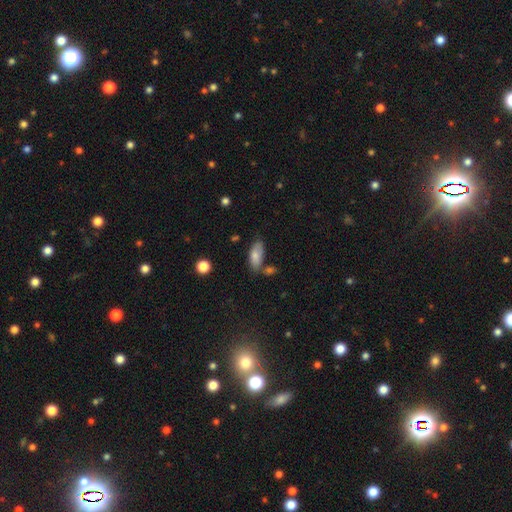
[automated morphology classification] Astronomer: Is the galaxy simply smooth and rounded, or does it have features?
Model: smooth — 79%.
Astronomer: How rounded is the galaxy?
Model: in between — 86%.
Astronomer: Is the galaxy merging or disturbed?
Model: none — 60%.